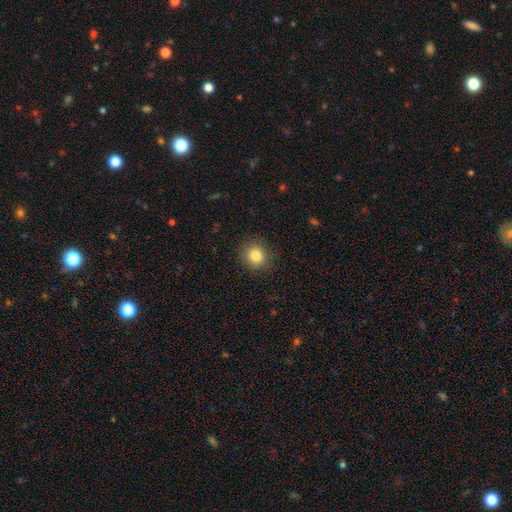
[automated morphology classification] Smooth or featured?
  - smooth: 83% *
  - star or artifact: 11%
  - featured or disk: 6%
How rounded?
  - round: 89% *
  - in between: 10%
  - cigar-shaped: 1%
Merging?
  - none: 89% *
  - minor disturbance: 7%
  - major disturbance: 2%
  - merger: 1%